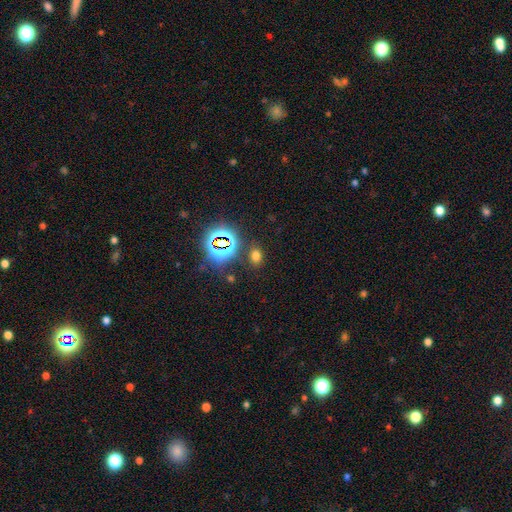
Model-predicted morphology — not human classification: smooth_or_featured: smooth (p=0.62) [alt: star or artifact p=0.31]
how_rounded: in between (p=0.71) [alt: round p=0.28]
merging: none (p=0.82) [alt: minor disturbance p=0.09]